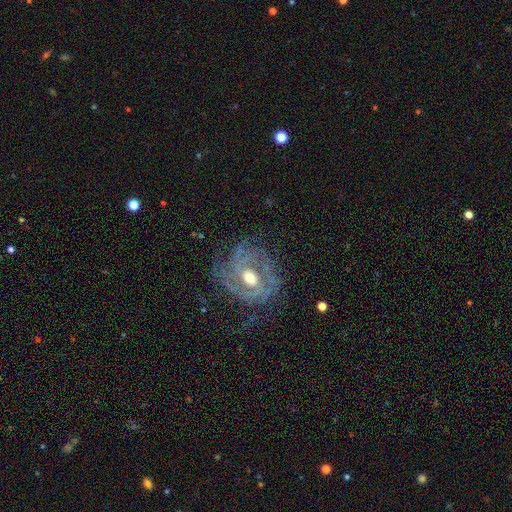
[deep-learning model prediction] Smooth or featured?
  - featured or disk: 72% *
  - smooth: 15%
  - star or artifact: 14%
Edge-on disk?
  - no: 96% *
  - yes: 4%
Bar?
  - weak: 40% *
  - no: 38%
  - strong: 22%
Spiral arms?
  - yes: 77% *
  - no: 23%
Spiral winding?
  - tight: 59% *
  - medium: 30%
  - loose: 11%
Spiral arm count?
  - 2: 47% *
  - can't tell: 28%
  - 3: 10%
  - 1: 7%
  - 4: 5%
  - more than 4: 4%
Bulge size?
  - moderate: 58% *
  - small: 35%
  - large: 4%
  - dominant: 1%
  - none: 1%
Merging?
  - none: 76% *
  - minor disturbance: 13%
  - major disturbance: 8%
  - merger: 2%